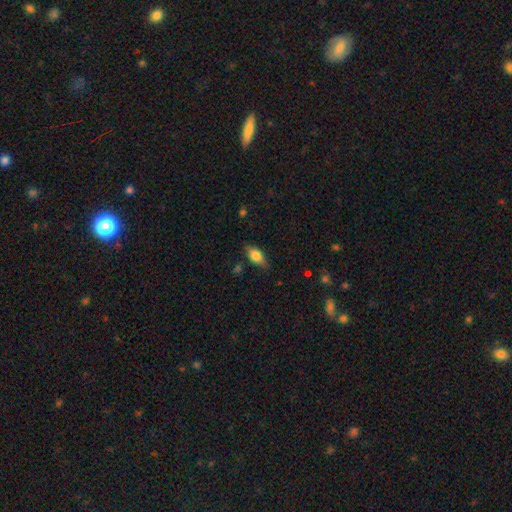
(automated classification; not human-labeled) Smooth or featured? Predicted: smooth (p=0.75). How rounded? Predicted: in between (p=0.85). Merging? Predicted: none (p=0.77).